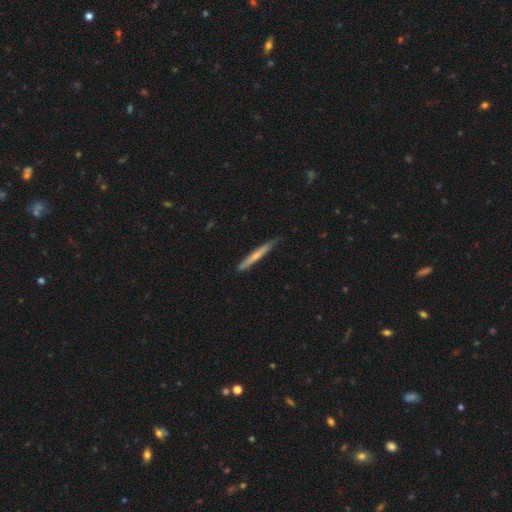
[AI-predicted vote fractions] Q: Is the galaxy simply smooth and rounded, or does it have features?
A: smooth — 48%.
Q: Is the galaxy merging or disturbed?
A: none — 80%.